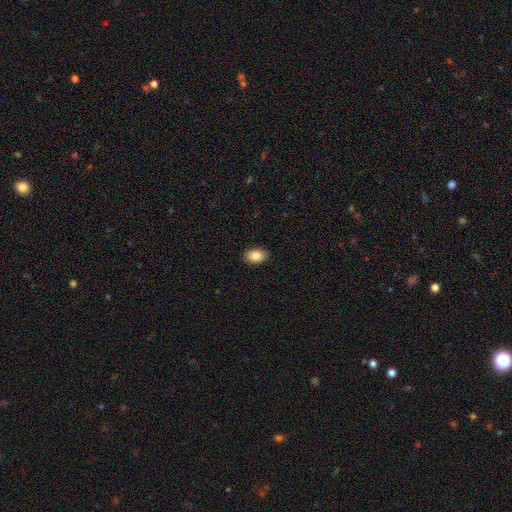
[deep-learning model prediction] Overall: smooth (86%). How rounded: in between (85%). Merging: none (89%).